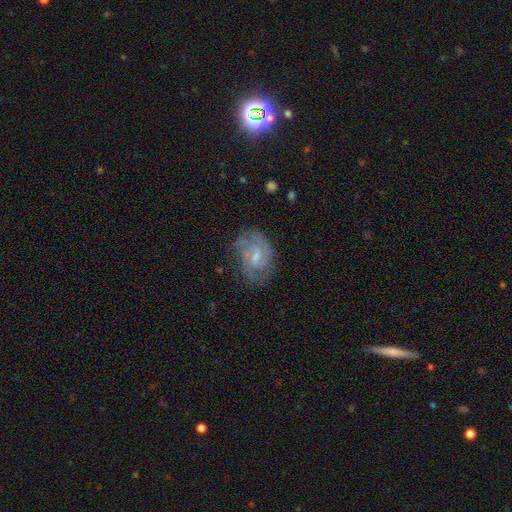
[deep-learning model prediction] The model was most divided on "spiral winding": tight: 49%, medium: 41%, loose: 10%. More confident: edge-on disk — no (97%); spiral arms — yes (94%); smooth or featured — featured or disk (81%); merging — none (70%); bar — weak (61%); spiral arm count — 2 (58%); bulge size — small (53%).